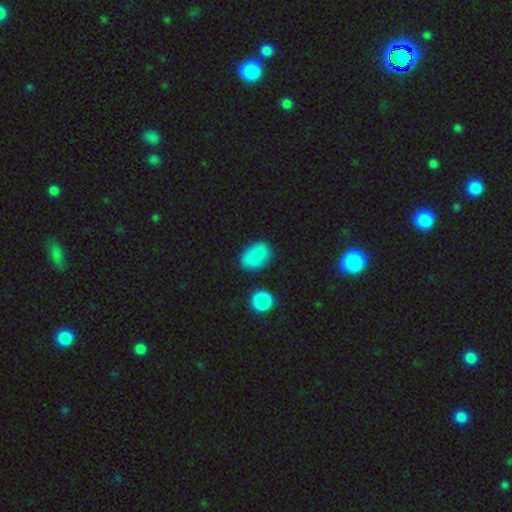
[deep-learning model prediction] smooth-or-featured: smooth: 84% | star or artifact: 9% | featured or disk: 7%
  how-rounded: in between: 82% | round: 17% | cigar-shaped: 2%
  merging: none: 73% | minor disturbance: 18% | major disturbance: 5% | merger: 4%